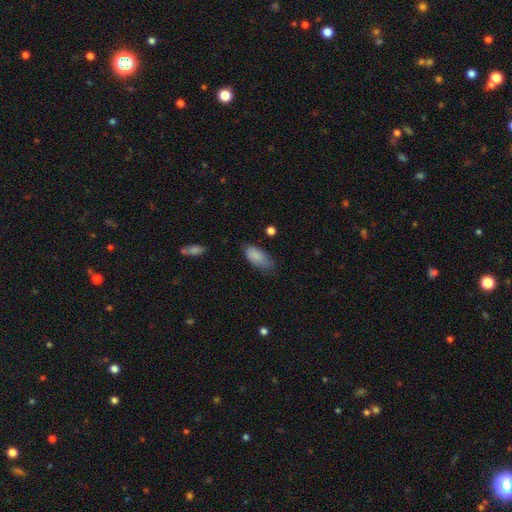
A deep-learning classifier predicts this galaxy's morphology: smooth 87%, star or artifact 7%, featured or disk 6%. Down the decision tree: how rounded — in between (88%); merging — none (62%).